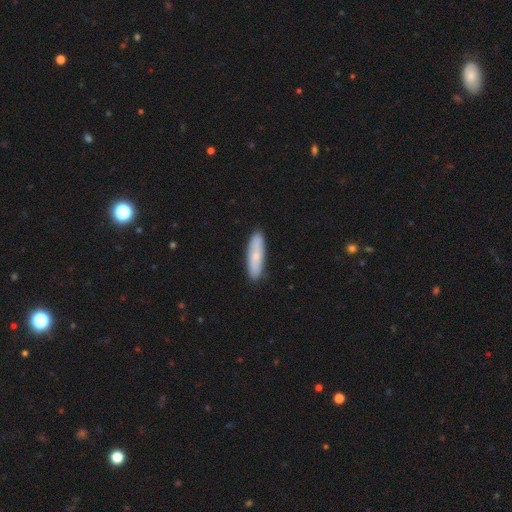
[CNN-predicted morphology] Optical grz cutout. It shows a smooth galaxy with no disk features (66%) that is cigar-shaped (65%). Merging: none (88%).